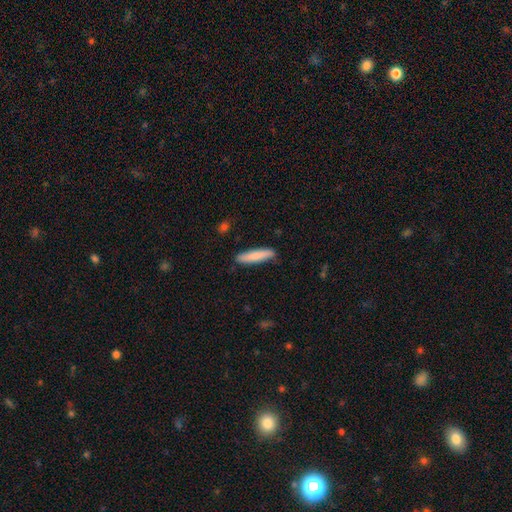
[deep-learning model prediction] Q: Smooth or featured?
A: smooth (81%); runner-up: featured or disk (14%)
Q: How rounded?
A: cigar-shaped (85%); runner-up: in between (14%)
Q: Merging?
A: none (86%); runner-up: minor disturbance (11%)